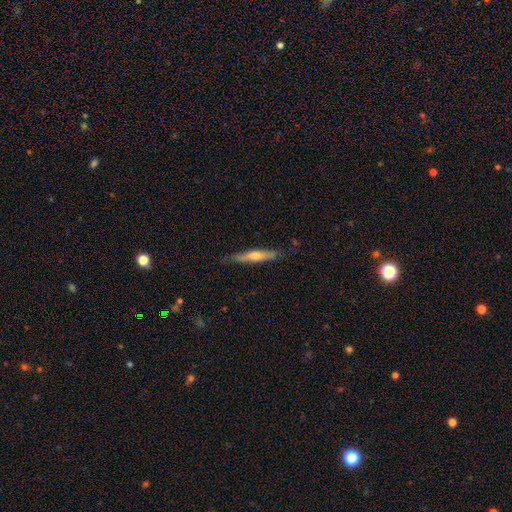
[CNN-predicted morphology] A featured or disk galaxy (57%) viewed edge-on (93%) with a rounded central bulge (77%).

Vote fractions:
- Smooth or featured? featured or disk: 57% / smooth: 37% / star or artifact: 6%
- Edge-on disk? yes: 93% / no: 7%
- Edge-on bulge? rounded: 77% / none: 17% / boxy: 6%
- Merging? none: 82% / minor disturbance: 14% / major disturbance: 2% / merger: 1%